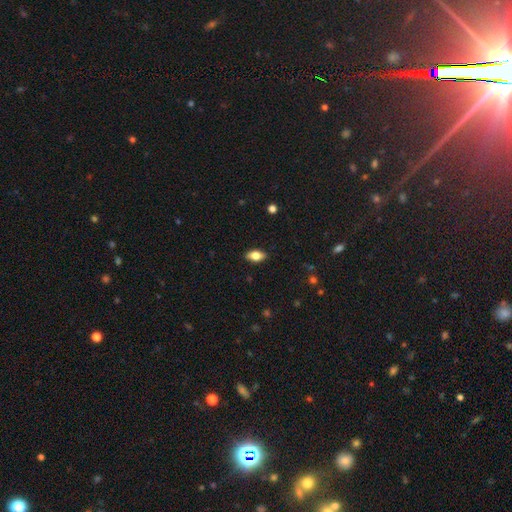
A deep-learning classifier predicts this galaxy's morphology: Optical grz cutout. It shows a smooth galaxy with no disk features (73%) that is in between round and cigar-shaped (88%). Merging: none (89%).